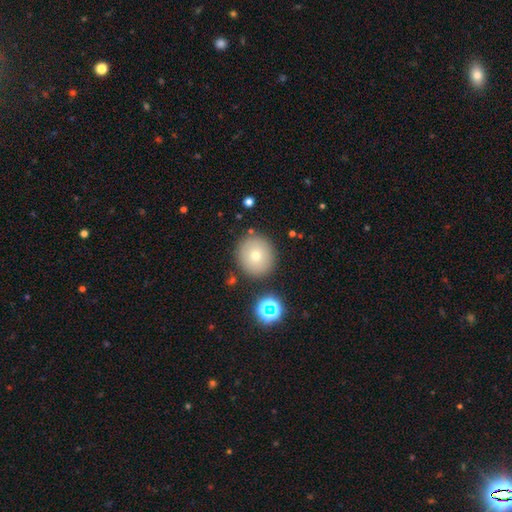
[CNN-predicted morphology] type=smooth (73%); roundness=round (88%); merging=none (85%).